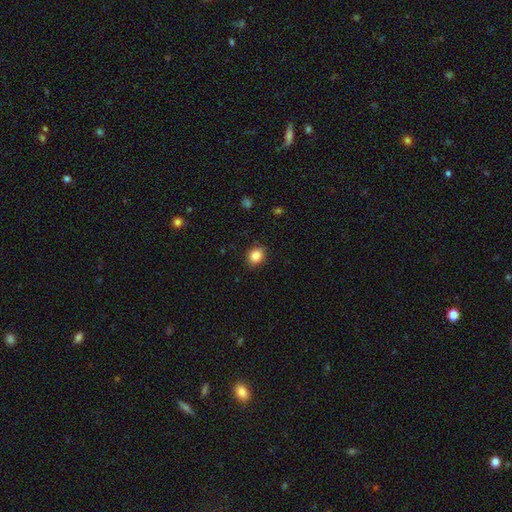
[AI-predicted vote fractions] Smooth or featured? smooth (87%)
How rounded? round (55%)
Merging? none (87%)